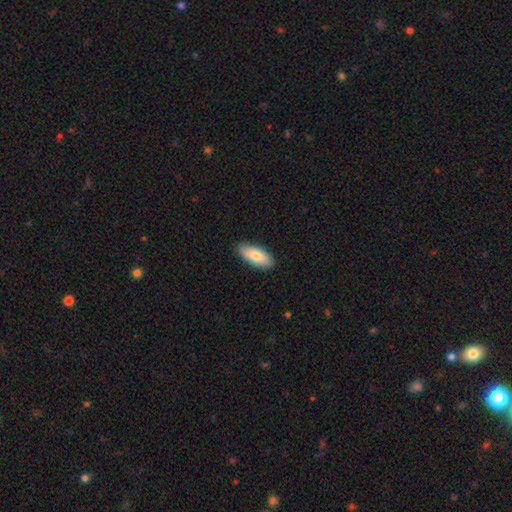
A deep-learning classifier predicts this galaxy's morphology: smooth_or_featured: smooth (p=0.78) [alt: featured or disk p=0.16]
how_rounded: in between (p=0.84) [alt: cigar-shaped p=0.14]
merging: none (p=0.89) [alt: minor disturbance p=0.08]